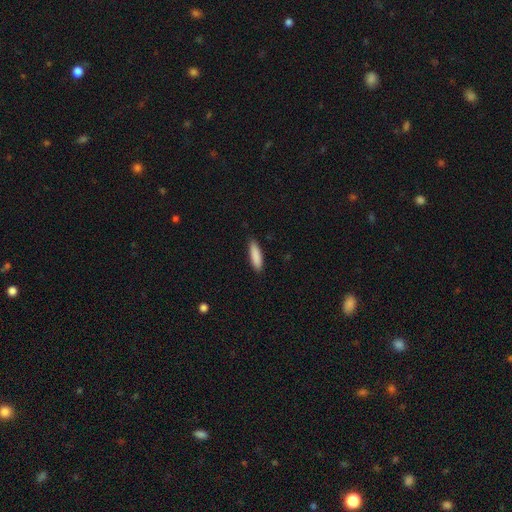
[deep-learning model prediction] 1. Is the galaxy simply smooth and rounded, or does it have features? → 88% smooth, 6% featured or disk, 6% star or artifact.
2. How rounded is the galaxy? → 68% cigar-shaped, 31% in between, 1% round.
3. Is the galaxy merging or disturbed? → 88% none, 9% minor disturbance, 2% major disturbance, 1% merger.